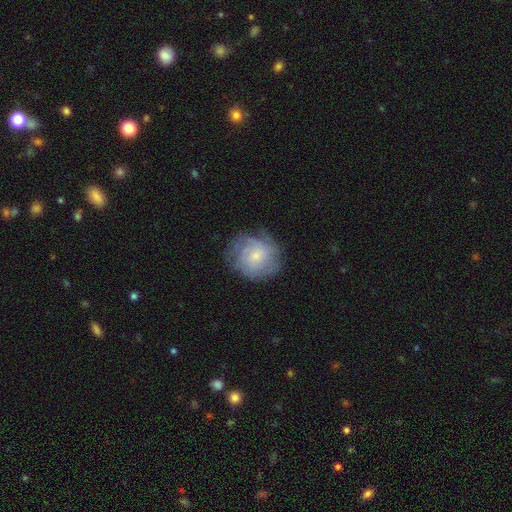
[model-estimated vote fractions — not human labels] featured or disk 55%, smooth 37%, star or artifact 8%. Down the decision tree: edge-on disk — no (98%); bar — no (74%); spiral arms — yes (82%); bulge size — small (67%); merging — none (68%).